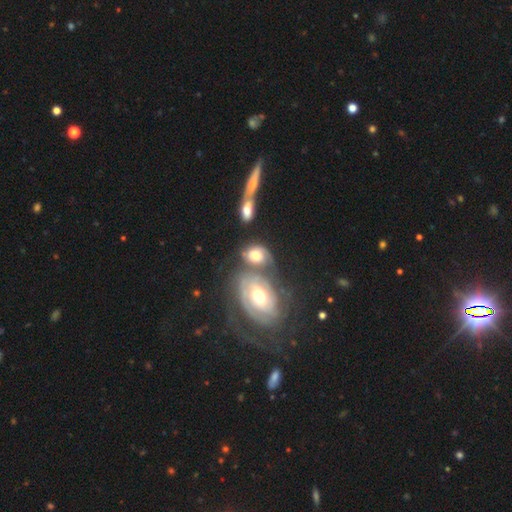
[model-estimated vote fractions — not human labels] Overall: featured or disk (47%; smooth 45%). Merging: merger (44%; none 32%).